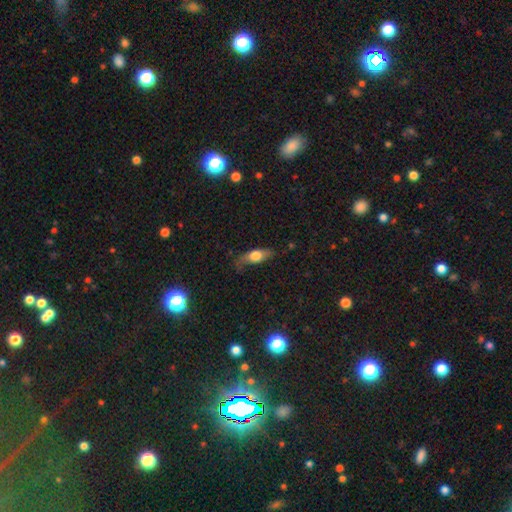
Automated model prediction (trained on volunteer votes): smooth 65%, featured or disk 27%, star or artifact 8%. Down the decision tree: how rounded — in between (69%); merging — none (57%).